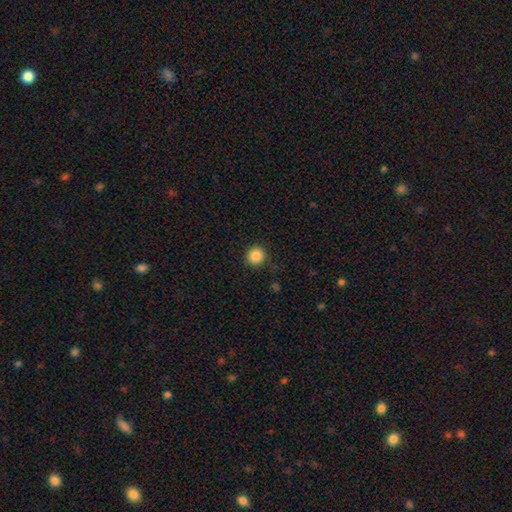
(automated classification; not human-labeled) Morphology: type=smooth (87%); roundness=round (94%); merging=none (88%).